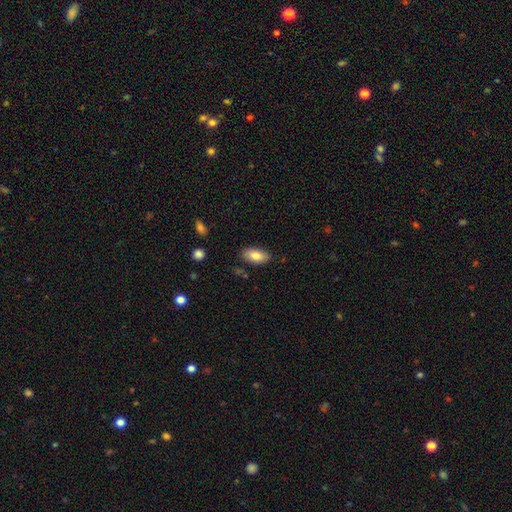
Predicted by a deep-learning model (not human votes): smooth_or_featured: smooth (p=0.81) [alt: featured or disk p=0.12]
how_rounded: in between (p=0.92) [alt: cigar-shaped p=0.05]
merging: none (p=0.85) [alt: minor disturbance p=0.11]